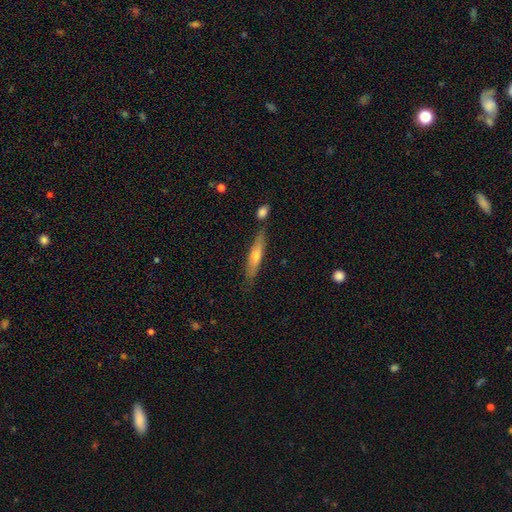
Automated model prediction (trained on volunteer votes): Smooth or featured?
  - smooth: 50% *
  - featured or disk: 43%
  - star or artifact: 6%
How rounded?
  - cigar-shaped: 86% *
  - in between: 12%
  - round: 2%
Merging?
  - none: 77% *
  - minor disturbance: 14%
  - merger: 6%
  - major disturbance: 3%